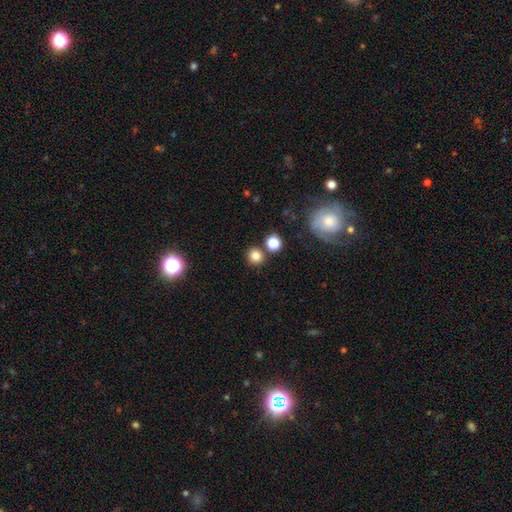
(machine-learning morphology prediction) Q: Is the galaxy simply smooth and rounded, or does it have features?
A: smooth — 80%.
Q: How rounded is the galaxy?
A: round — 89%.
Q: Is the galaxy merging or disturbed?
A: none — 80%.